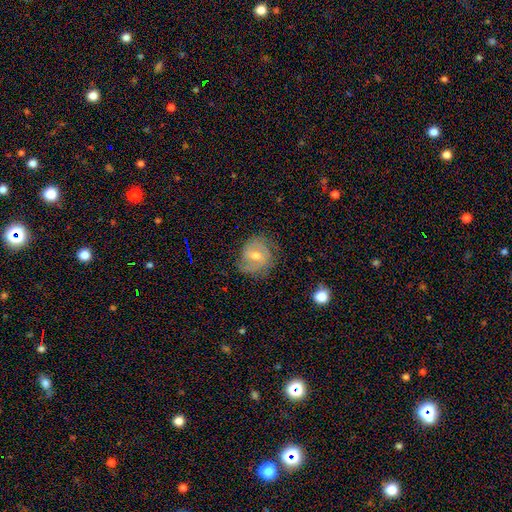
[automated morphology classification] featured or disk 75%, smooth 17%, star or artifact 8%. Down the decision tree: edge-on disk — no (97%); bar — weak (57%); spiral arms — yes (91%); spiral arm count — 2 (62%); spiral winding — tight (47%); bulge size — moderate (59%); merging — none (74%).